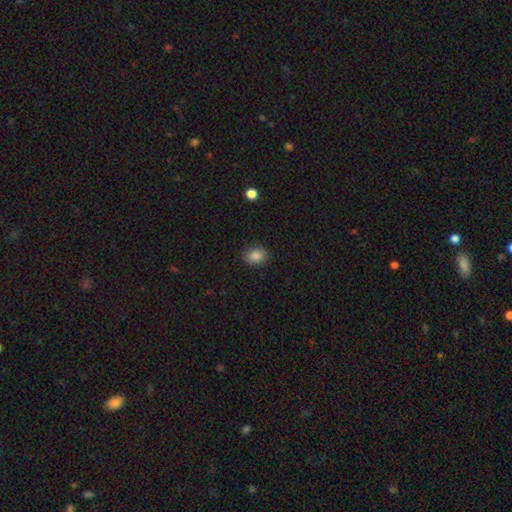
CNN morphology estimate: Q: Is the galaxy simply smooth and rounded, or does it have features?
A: smooth — 86%.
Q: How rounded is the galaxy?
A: in between — 63%.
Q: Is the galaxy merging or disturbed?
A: none — 87%.